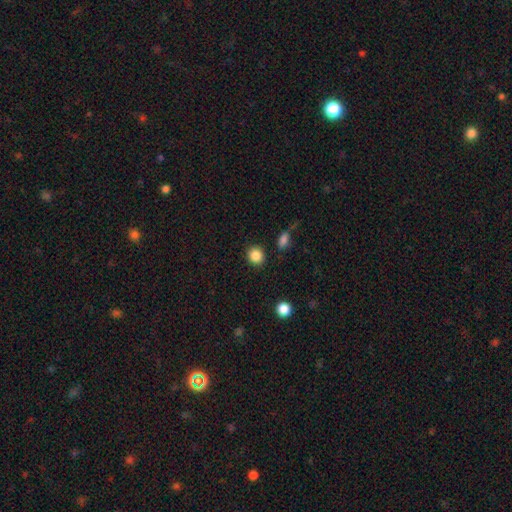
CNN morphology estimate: smooth_or_featured: smooth (p=0.87) [alt: star or artifact p=0.10]
how_rounded: round (p=0.86) [alt: in between p=0.14]
merging: none (p=0.89) [alt: minor disturbance p=0.06]